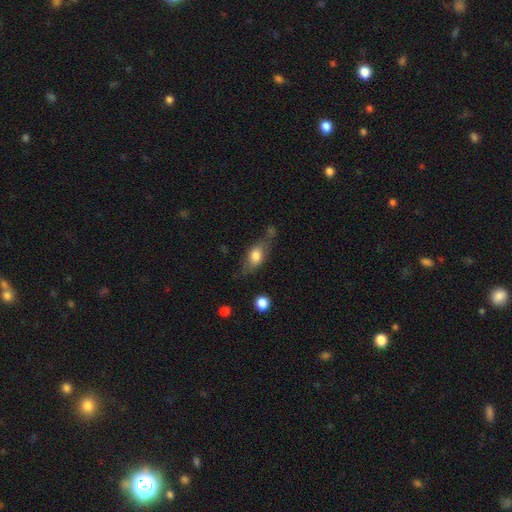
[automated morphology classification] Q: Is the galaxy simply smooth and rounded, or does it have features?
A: smooth — 68%.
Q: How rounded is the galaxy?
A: in between — 76%.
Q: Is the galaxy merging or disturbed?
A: none — 54%.